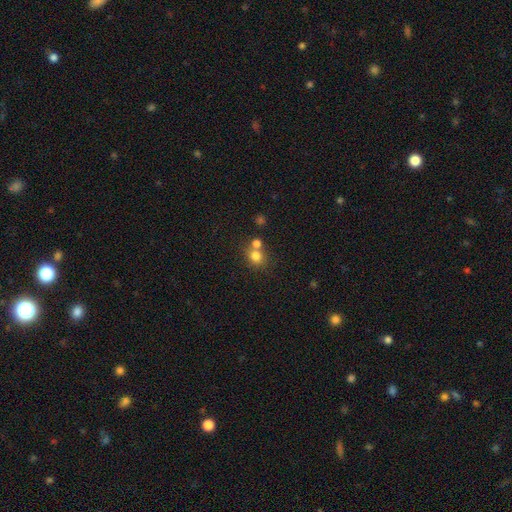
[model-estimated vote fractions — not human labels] A smooth galaxy with no disk features (78%) that is round (77%). Merging: none (53%).